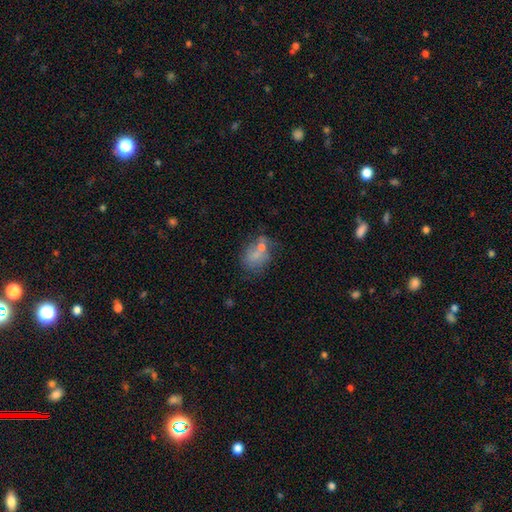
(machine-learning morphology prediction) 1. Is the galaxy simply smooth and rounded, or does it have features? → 58% smooth, 29% featured or disk, 13% star or artifact.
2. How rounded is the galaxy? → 57% in between, 42% round, 2% cigar-shaped.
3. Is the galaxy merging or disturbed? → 33% none, 31% merger, 19% minor disturbance, 16% major disturbance.